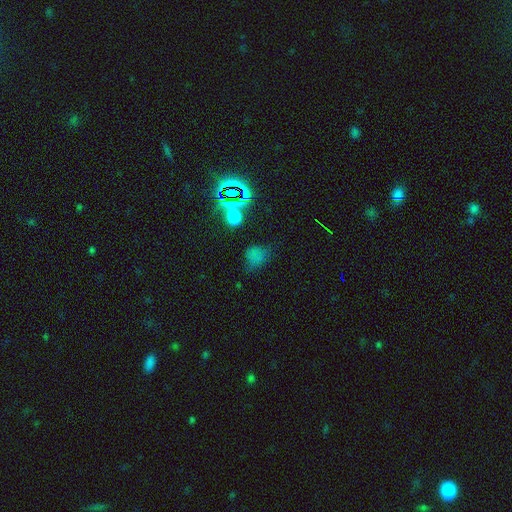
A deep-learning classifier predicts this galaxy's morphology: smooth-or-featured: smooth: 59% | star or artifact: 32% | featured or disk: 9%
  how-rounded: round: 60% | in between: 38% | cigar-shaped: 2%
  merging: none: 56% | minor disturbance: 23% | major disturbance: 15% | merger: 5%